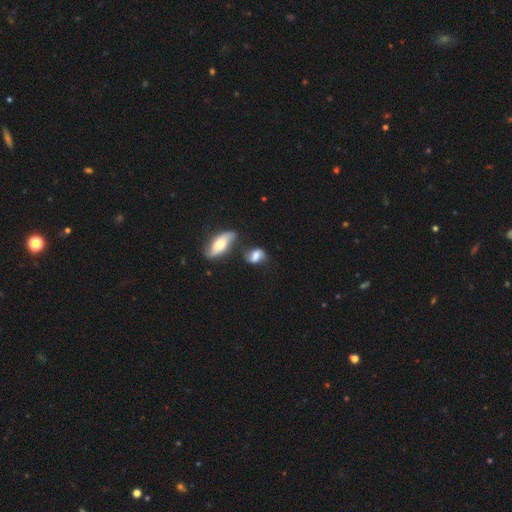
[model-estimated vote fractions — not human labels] smooth_or_featured: smooth (p=0.61) [alt: featured or disk p=0.30]
how_rounded: in between (p=0.74) [alt: round p=0.22]
merging: none (p=0.55) [alt: minor disturbance p=0.21]